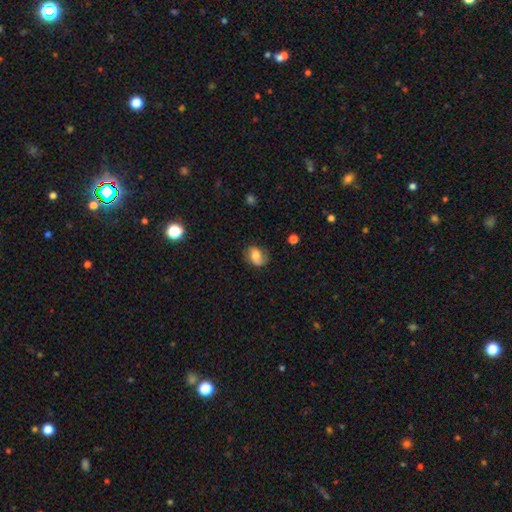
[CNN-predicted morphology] Smooth or featured? Predicted: smooth (p=0.61). How rounded? Predicted: in between (p=0.63). Merging? Predicted: none (p=0.65).